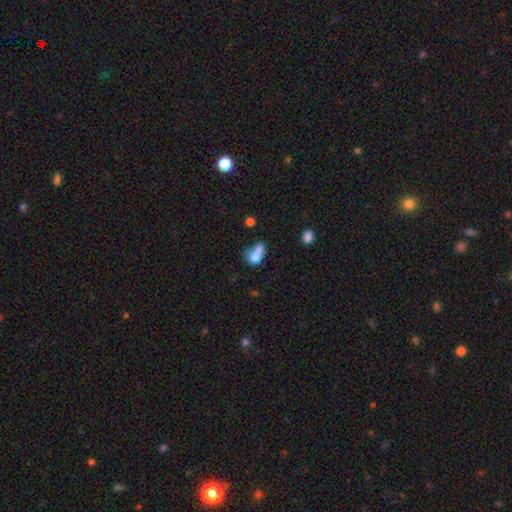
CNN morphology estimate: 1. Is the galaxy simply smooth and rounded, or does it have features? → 71% smooth, 18% featured or disk, 11% star or artifact.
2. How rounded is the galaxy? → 63% in between, 33% round, 3% cigar-shaped.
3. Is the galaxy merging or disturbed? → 51% merger, 20% none, 15% major disturbance, 14% minor disturbance.